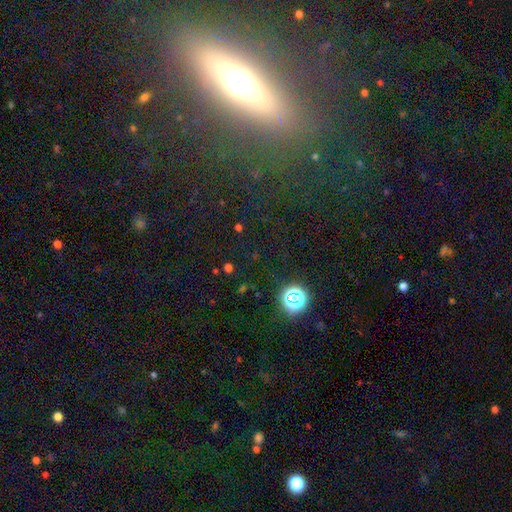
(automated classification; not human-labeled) This is possibly a featured or disk galaxy (45%). Merging: clearly none (82%).